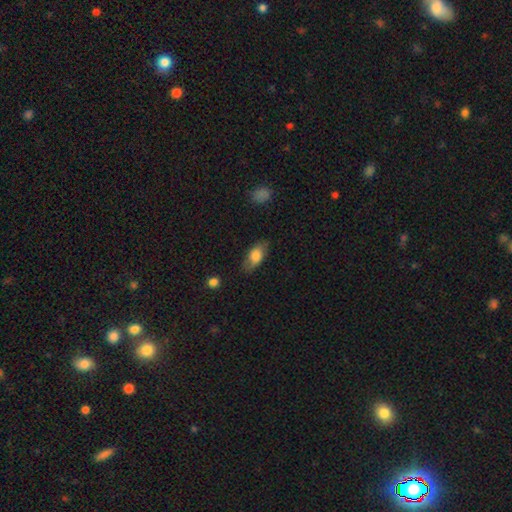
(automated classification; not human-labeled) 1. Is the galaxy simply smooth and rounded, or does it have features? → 73% smooth, 20% featured or disk, 7% star or artifact.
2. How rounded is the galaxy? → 87% in between, 8% cigar-shaped, 5% round.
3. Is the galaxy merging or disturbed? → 77% none, 17% minor disturbance, 5% major disturbance, 1% merger.